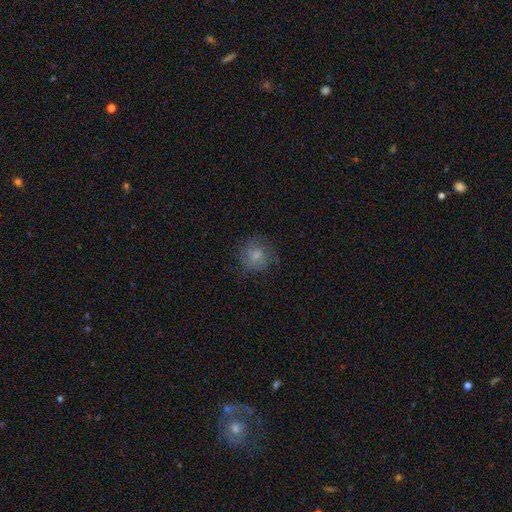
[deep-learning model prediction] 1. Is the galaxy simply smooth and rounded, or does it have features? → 60% smooth, 30% featured or disk, 10% star or artifact.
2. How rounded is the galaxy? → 87% round, 12% in between, 1% cigar-shaped.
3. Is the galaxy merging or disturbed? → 71% none, 19% minor disturbance, 9% major disturbance, 1% merger.